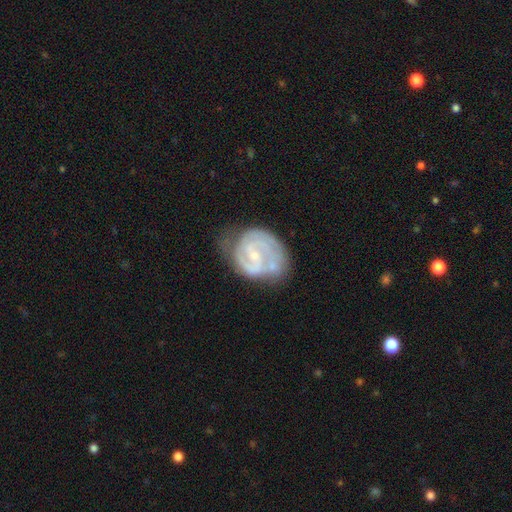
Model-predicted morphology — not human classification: Q: Smooth or featured?
A: featured or disk (84%); runner-up: smooth (10%)
Q: Edge-on disk?
A: no (98%); runner-up: yes (2%)
Q: Bar?
A: weak (50%); runner-up: no (36%)
Q: Spiral arms?
A: yes (94%); runner-up: no (6%)
Q: Spiral winding?
A: tight (55%); runner-up: medium (37%)
Q: Spiral arm count?
A: 2 (61%); runner-up: can't tell (16%)
Q: Bulge size?
A: small (72%); runner-up: moderate (20%)
Q: Merging?
A: none (49%); runner-up: minor disturbance (28%)